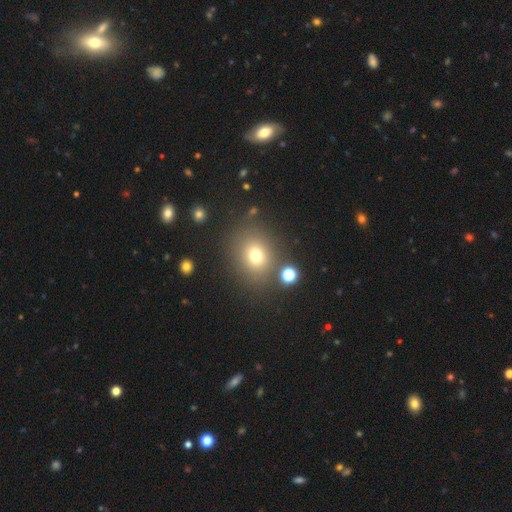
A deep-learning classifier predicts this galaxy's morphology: Smooth or featured: smooth — 72% (star or artifact — 17%)
How rounded: round — 68% (in between — 31%)
Merging: none — 79% (minor disturbance — 10%)